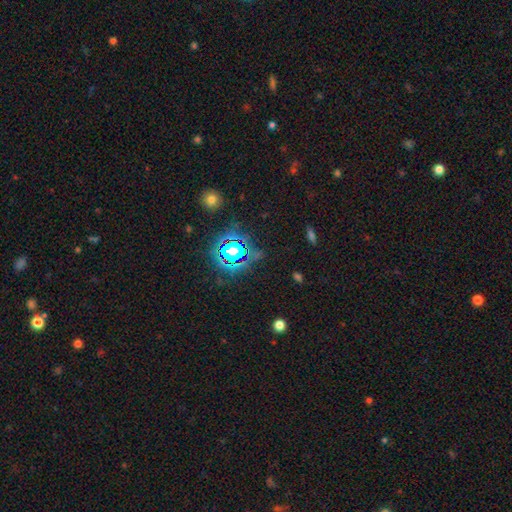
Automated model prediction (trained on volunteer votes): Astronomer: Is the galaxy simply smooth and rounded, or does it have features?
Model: star or artifact — 72%.